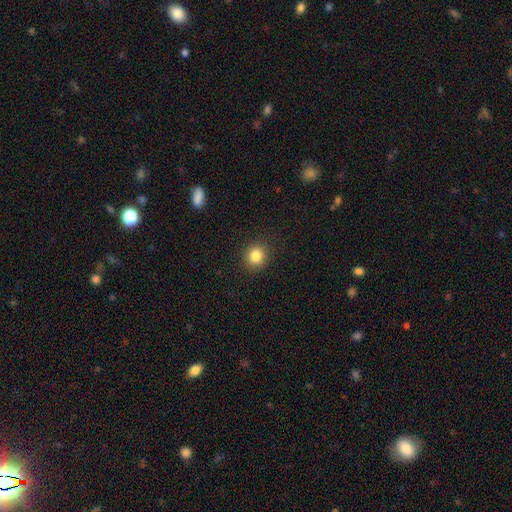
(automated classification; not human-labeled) A smooth galaxy with no disk features (84%) that is round (84%). Merging: none (90%).